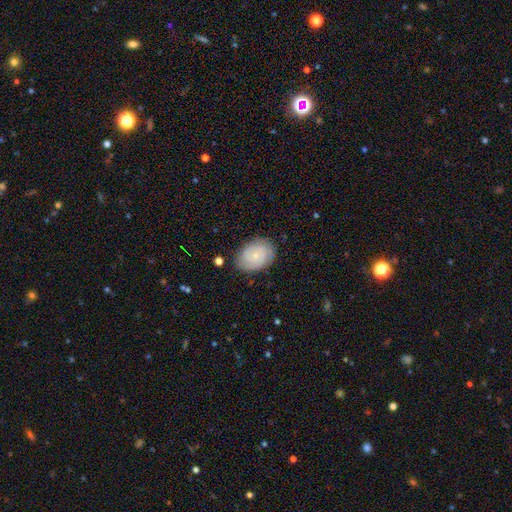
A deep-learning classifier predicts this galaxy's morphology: Smooth or featured? Predicted: featured or disk (p=0.49). Merging? Predicted: none (p=0.81).